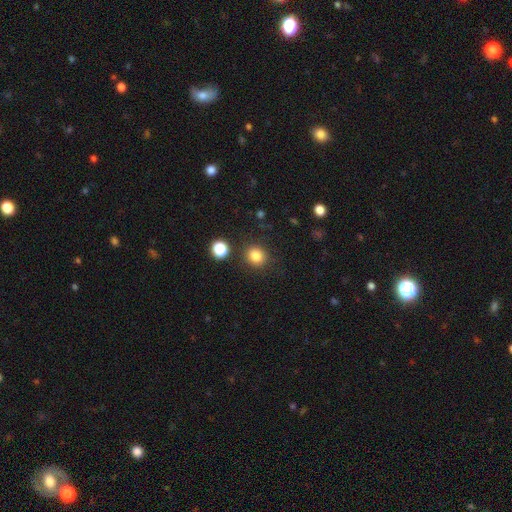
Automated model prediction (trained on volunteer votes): The model was most divided on "smooth or featured": smooth: 82%, star or artifact: 12%, featured or disk: 5%. More confident: merging — none (86%); how rounded — round (85%).